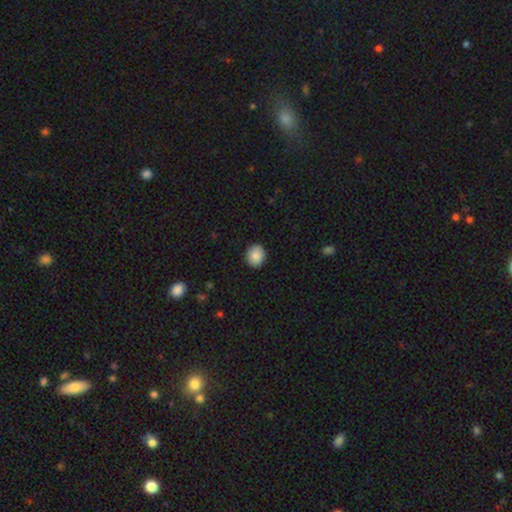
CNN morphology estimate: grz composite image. It shows a smooth galaxy with no disk features (88%) that is round (67%). Merging: none (90%).